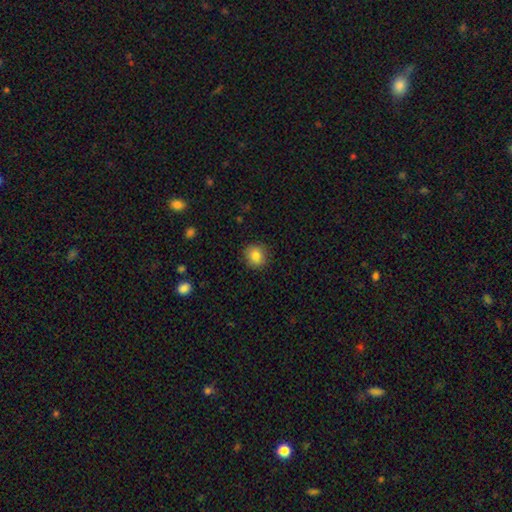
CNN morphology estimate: smooth_or_featured: smooth (p=0.83) [alt: star or artifact p=0.10]
how_rounded: round (p=0.88) [alt: in between p=0.11]
merging: none (p=0.89) [alt: minor disturbance p=0.07]